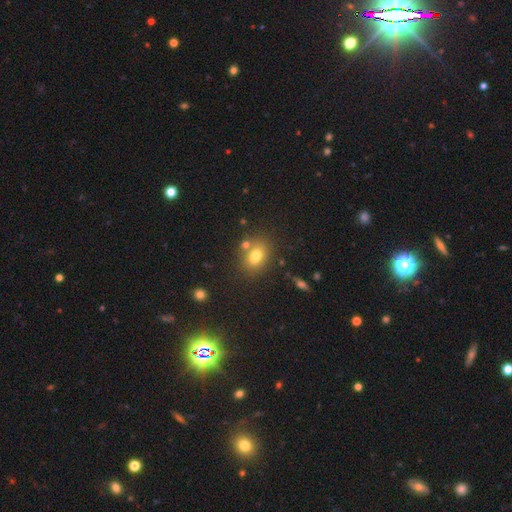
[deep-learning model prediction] A smooth galaxy with no disk features (73%) that is in between round and cigar-shaped (62%).

Vote fractions:
- Smooth or featured? smooth: 73% / featured or disk: 15% / star or artifact: 13%
- How rounded? in between: 62% / round: 36% / cigar-shaped: 2%
- Merging? none: 66% / merger: 17% / minor disturbance: 12% / major disturbance: 4%